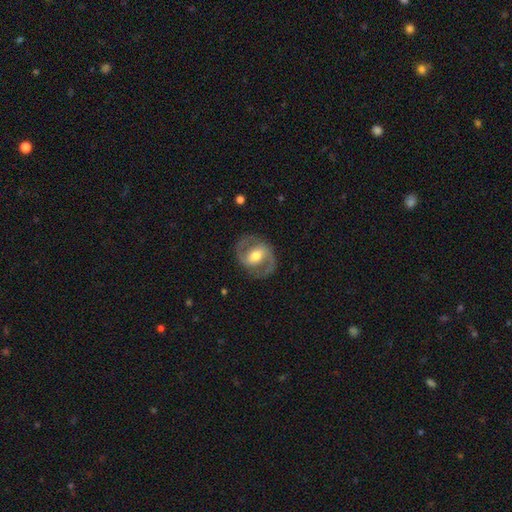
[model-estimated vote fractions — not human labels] featured or disk 82%, smooth 13%, star or artifact 5%. Down the decision tree: edge-on disk — no (97%); bar — weak (43%); spiral arms — yes (89%); spiral arm count — 2 (91%); spiral winding — medium (58%); bulge size — moderate (69%); merging — none (82%).